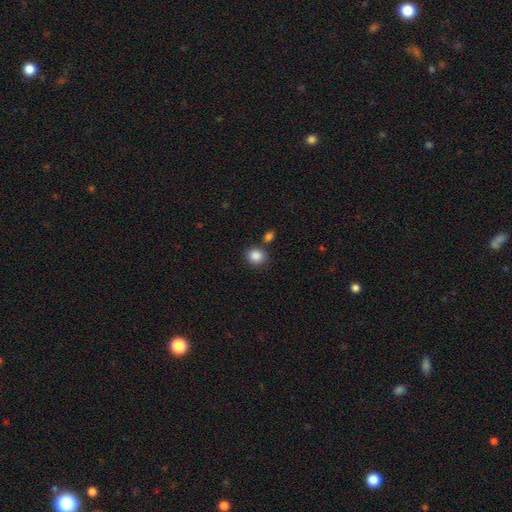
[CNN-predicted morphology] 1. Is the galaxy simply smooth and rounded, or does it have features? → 87% smooth, 9% star or artifact, 4% featured or disk.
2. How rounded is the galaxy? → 78% round, 21% in between, 1% cigar-shaped.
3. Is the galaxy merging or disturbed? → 78% none, 10% minor disturbance, 9% merger, 3% major disturbance.